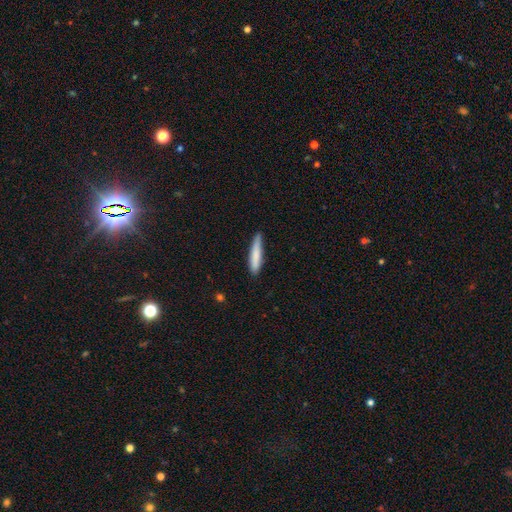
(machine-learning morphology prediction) This appears to be a smooth galaxy with no disk features (79%) that is cigar-shaped (90%). Merging: none (78%).